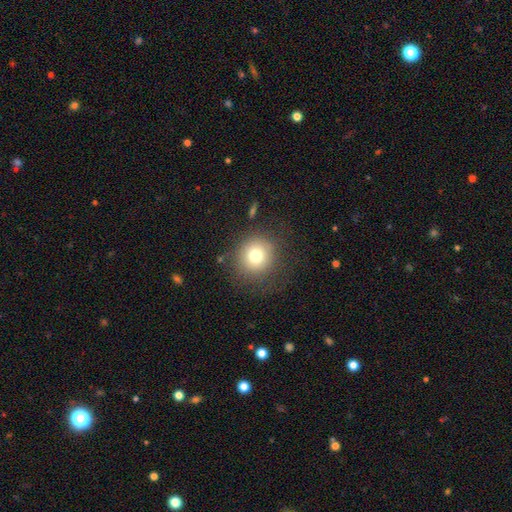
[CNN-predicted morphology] Smooth or featured? Predicted: smooth (p=0.76). How rounded? Predicted: round (p=0.91). Merging? Predicted: none (p=0.80).